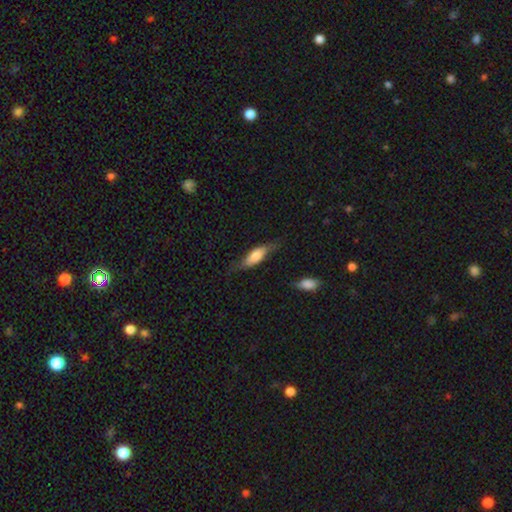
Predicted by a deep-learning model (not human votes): smooth_or_featured: smooth (p=0.60) [alt: featured or disk p=0.34]
how_rounded: in between (p=0.59) [alt: cigar-shaped p=0.38]
merging: none (p=0.64) [alt: minor disturbance p=0.26]